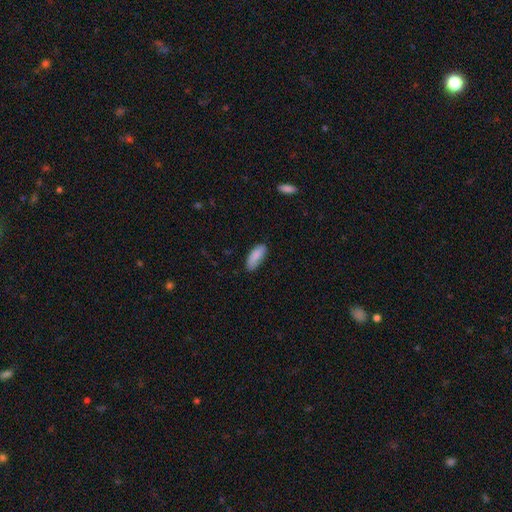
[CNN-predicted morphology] smooth-or-featured: smooth: 87% | featured or disk: 6% | star or artifact: 6%
  how-rounded: in between: 78% | cigar-shaped: 20% | round: 2%
  merging: none: 77% | minor disturbance: 19% | major disturbance: 3% | merger: 1%